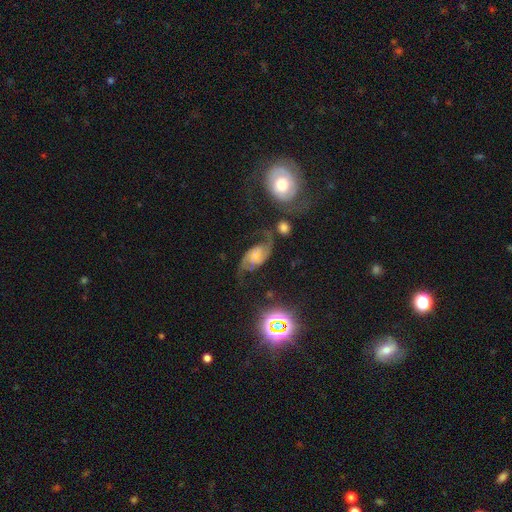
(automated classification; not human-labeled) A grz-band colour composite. It shows a featured or disk galaxy (77%) with no bar (45%), 2 (92%) loose (61%) spiral arms (95%) and a small central bulge (35%). Merging: none (53%).